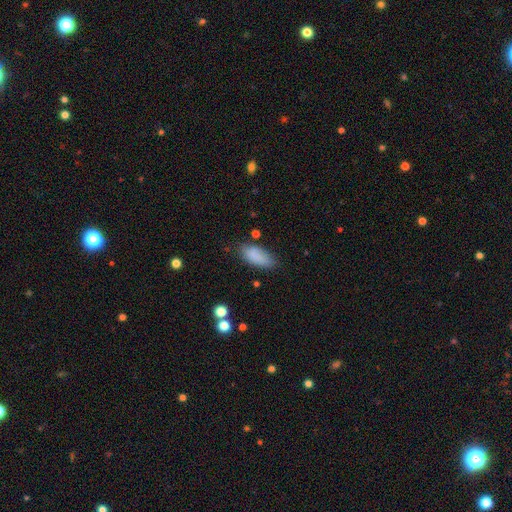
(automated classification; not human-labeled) smooth 86%, star or artifact 7%, featured or disk 6%. Down the decision tree: how rounded — in between (86%); merging — none (73%).